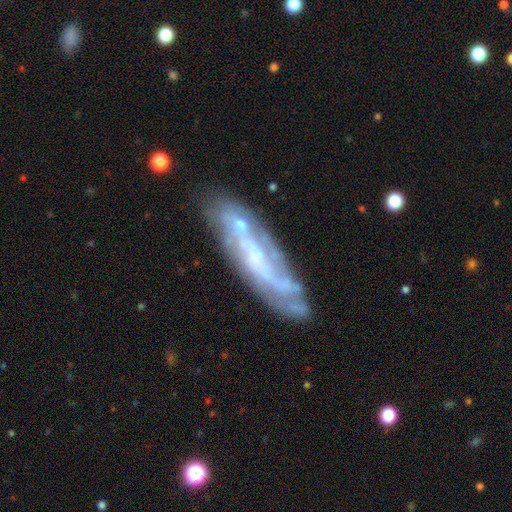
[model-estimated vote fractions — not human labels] smooth_or_featured: featured or disk (p=0.71) [alt: smooth p=0.21]
disk_edge_on: no (p=0.68) [alt: yes p=0.32]
merging: none (p=0.64) [alt: minor disturbance p=0.20]